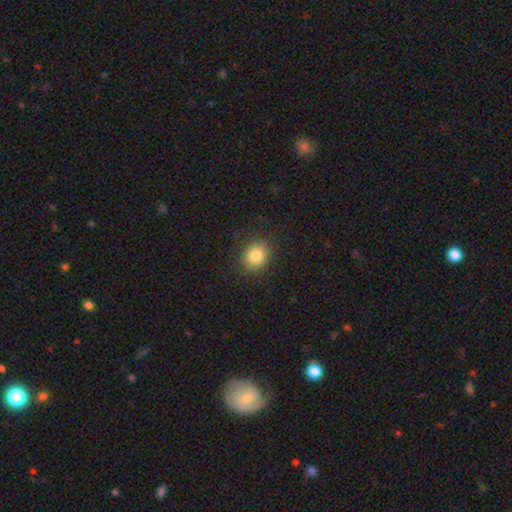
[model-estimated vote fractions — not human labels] smooth-or-featured: smooth: 83% | star or artifact: 10% | featured or disk: 7%
  how-rounded: round: 64% | in between: 35% | cigar-shaped: 1%
  merging: none: 88% | minor disturbance: 8% | major disturbance: 3% | merger: 1%